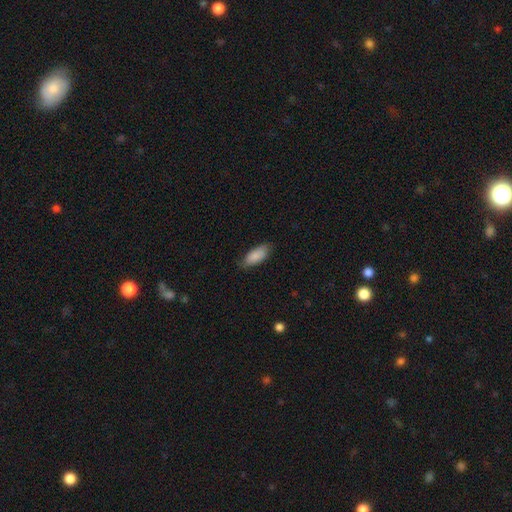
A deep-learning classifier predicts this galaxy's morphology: Smooth or featured? Predicted: smooth (p=0.87). How rounded? Predicted: in between (p=0.85). Merging? Predicted: none (p=0.79).